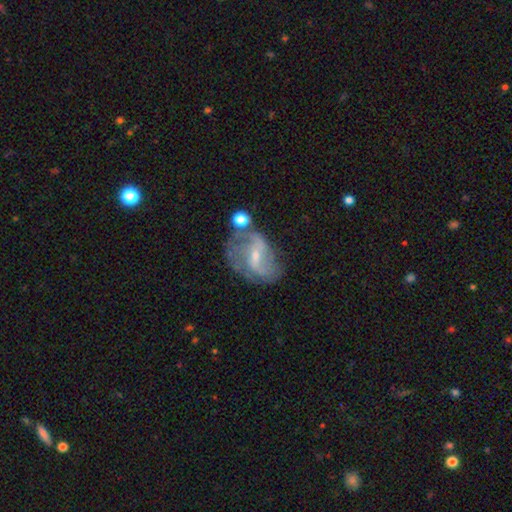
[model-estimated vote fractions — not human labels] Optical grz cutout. It shows a featured or disk galaxy (78%) with a weak bar (47%), 2 (63%) loose (46%) spiral arms (84%) and a small central bulge (71%). Merging: none (45%).